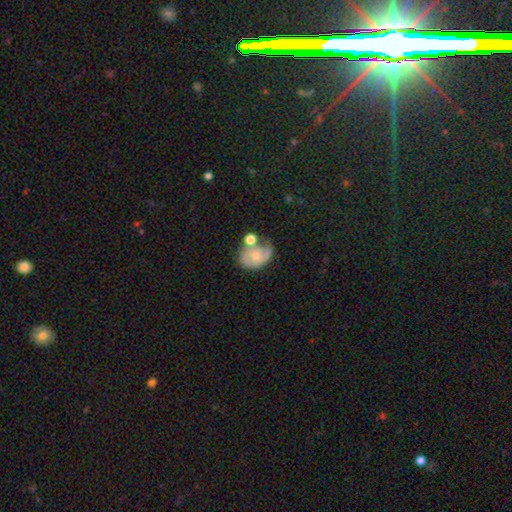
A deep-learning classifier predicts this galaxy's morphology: Smooth or featured? featured or disk (55%)
Edge-on disk? no (97%)
Bar? no (73%)
Spiral arms? yes (77%)
Bulge size? small (50%)
Merging? none (37%)